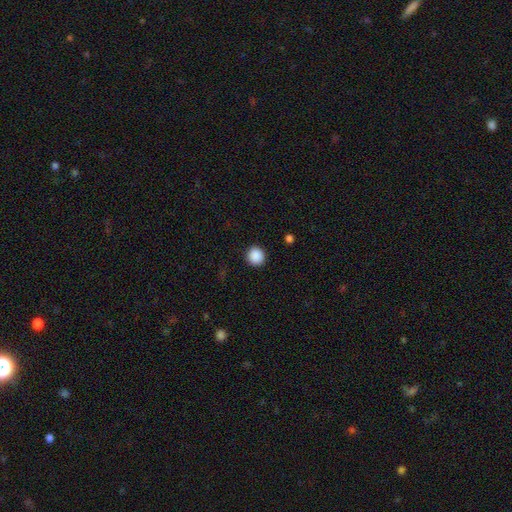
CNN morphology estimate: Q: Smooth or featured?
A: smooth (89%); runner-up: star or artifact (9%)
Q: How rounded?
A: round (92%); runner-up: in between (7%)
Q: Merging?
A: none (91%); runner-up: minor disturbance (5%)